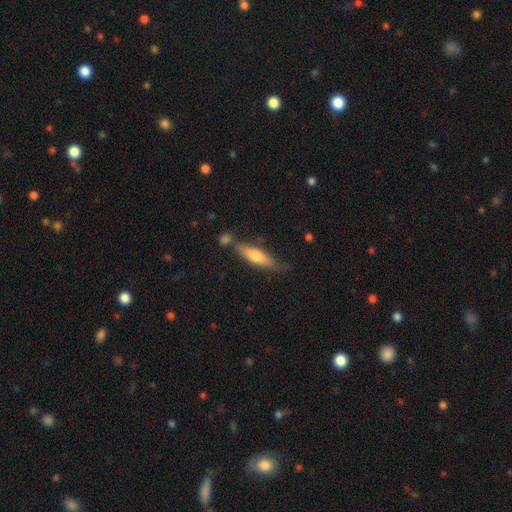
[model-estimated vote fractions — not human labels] This is likely a smooth galaxy (61%). How rounded: likely cigar-shaped (67%). Merging: likely none (64%).